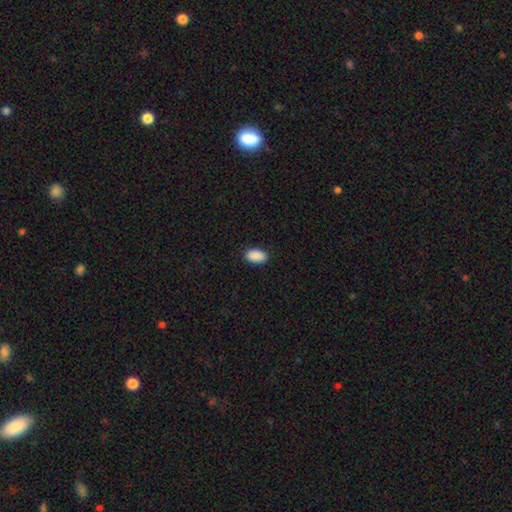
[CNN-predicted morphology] Smooth or featured?
  - smooth: 91% *
  - star or artifact: 7%
  - featured or disk: 2%
How rounded?
  - in between: 93% *
  - round: 5%
  - cigar-shaped: 2%
Merging?
  - none: 88% *
  - minor disturbance: 9%
  - major disturbance: 2%
  - merger: 1%